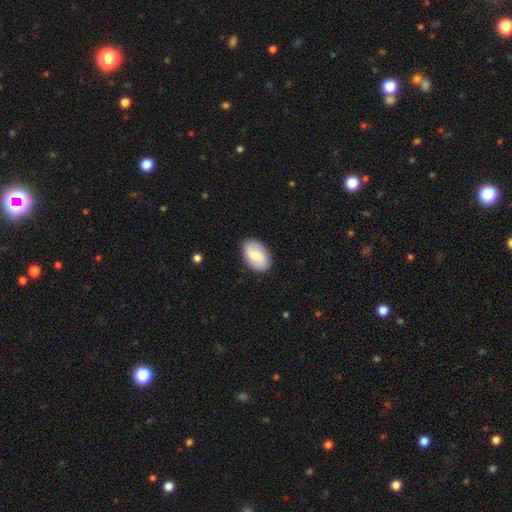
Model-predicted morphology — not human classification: Smooth or featured?
  - smooth: 68% *
  - featured or disk: 27%
  - star or artifact: 5%
How rounded?
  - in between: 91% *
  - round: 7%
  - cigar-shaped: 1%
Merging?
  - none: 87% *
  - minor disturbance: 10%
  - major disturbance: 2%
  - merger: 1%